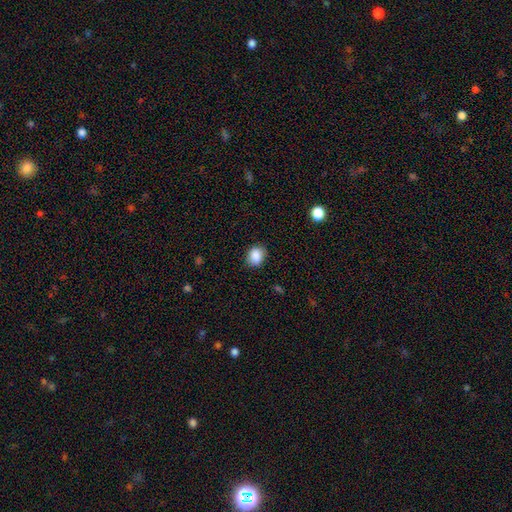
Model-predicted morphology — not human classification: A smooth galaxy with no disk features (87%) that is in between round and cigar-shaped (51%). Merging: none (84%).